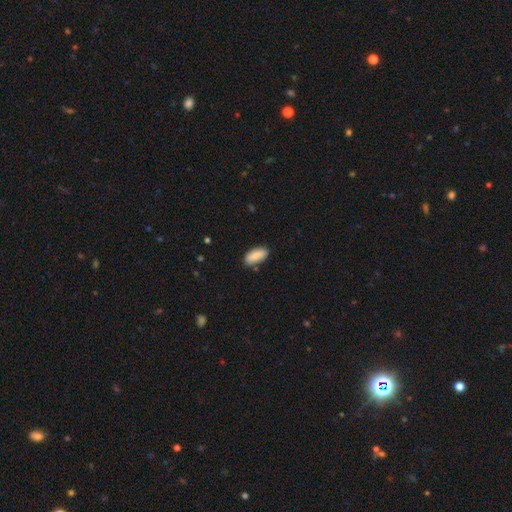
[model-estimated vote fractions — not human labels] Smooth or featured: smooth — 88% (star or artifact — 6%)
How rounded: in between — 85% (cigar-shaped — 13%)
Merging: none — 82% (minor disturbance — 13%)